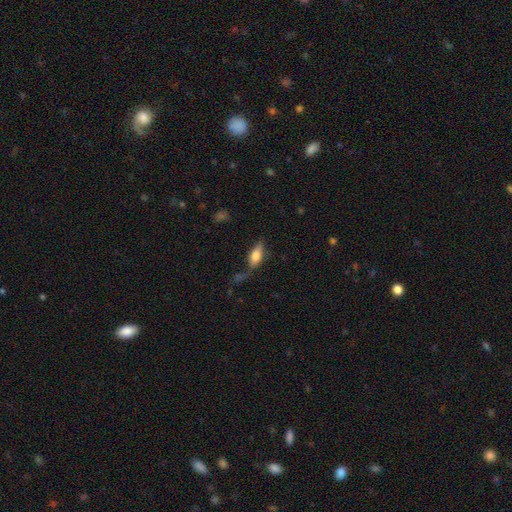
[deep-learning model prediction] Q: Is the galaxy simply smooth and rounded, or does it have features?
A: smooth — 66%.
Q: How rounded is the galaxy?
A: in between — 75%.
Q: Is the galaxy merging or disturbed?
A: none — 56%.